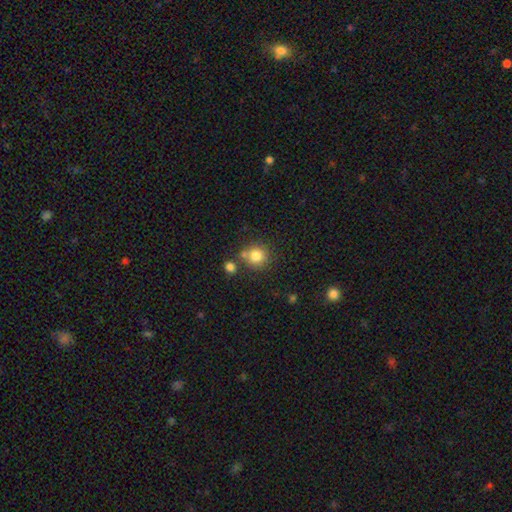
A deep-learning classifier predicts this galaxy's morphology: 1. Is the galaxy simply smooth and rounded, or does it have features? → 81% smooth, 11% star or artifact, 8% featured or disk.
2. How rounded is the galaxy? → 90% round, 9% in between, 1% cigar-shaped.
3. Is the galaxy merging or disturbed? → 68% none, 18% merger, 11% minor disturbance, 4% major disturbance.